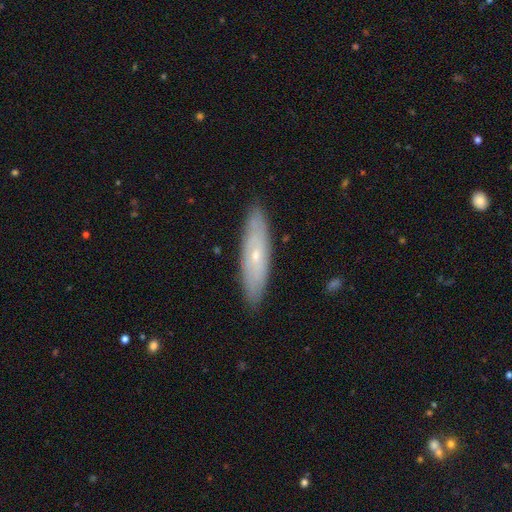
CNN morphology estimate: This is possibly a featured or disk galaxy (52%). It is possibly not viewed edge-on (53%). Merging: clearly none (87%).